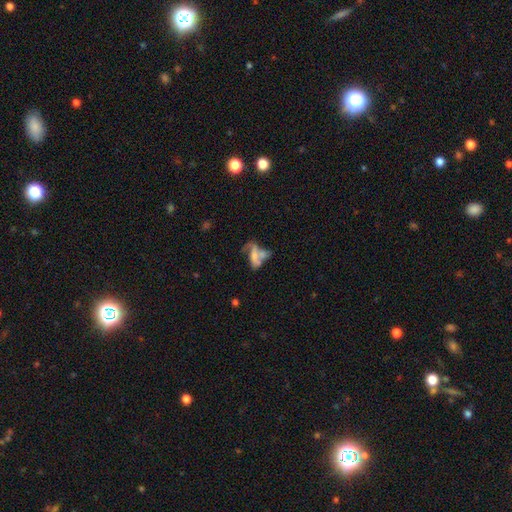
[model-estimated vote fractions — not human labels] A featured or disk galaxy (45%). Merging: merger (48%).